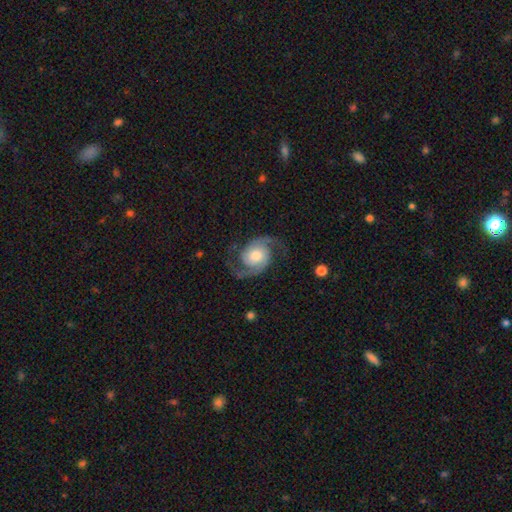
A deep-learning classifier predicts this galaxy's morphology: Smooth or featured: featured or disk — 90% (smooth — 5%)
Edge-on disk: no — 98% (yes — 2%)
Bar: no — 71% (weak — 23%)
Spiral arms: yes — 98% (no — 2%)
Spiral winding: medium — 55% (loose — 25%)
Spiral arm count: 2 — 94% (can't tell — 1%)
Bulge size: moderate — 57% (large — 23%)
Merging: none — 80% (minor disturbance — 13%)